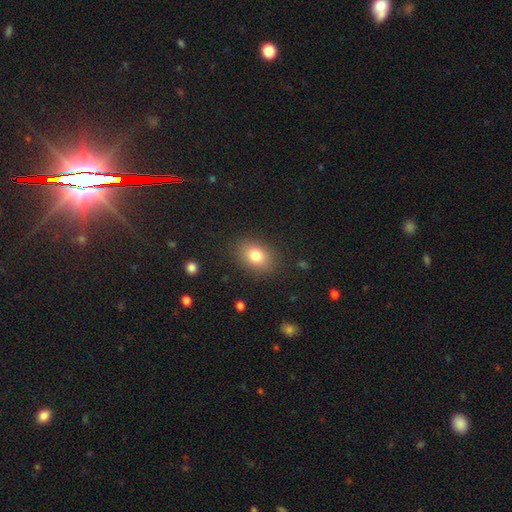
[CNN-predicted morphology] Smooth or featured?
  - smooth: 80% *
  - star or artifact: 10%
  - featured or disk: 10%
How rounded?
  - in between: 69% *
  - round: 30%
  - cigar-shaped: 1%
Merging?
  - none: 85% *
  - minor disturbance: 10%
  - major disturbance: 3%
  - merger: 1%